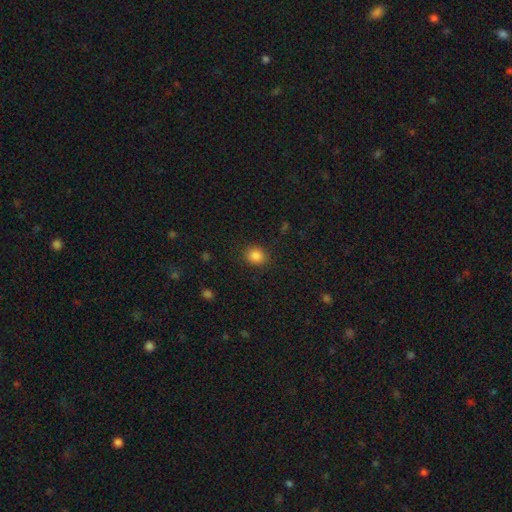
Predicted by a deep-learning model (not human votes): smooth-or-featured: smooth: 85% | star or artifact: 11% | featured or disk: 4%
  how-rounded: round: 64% | in between: 35% | cigar-shaped: 1%
  merging: none: 87% | minor disturbance: 9% | major disturbance: 3% | merger: 1%